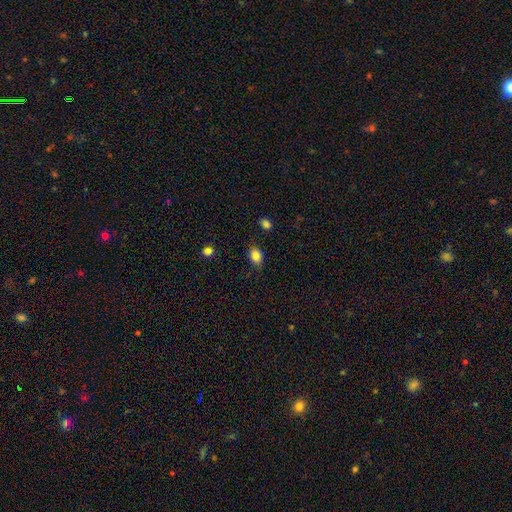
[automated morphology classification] Q: Smooth or featured?
A: smooth (85%); runner-up: star or artifact (10%)
Q: How rounded?
A: in between (71%); runner-up: round (28%)
Q: Merging?
A: none (80%); runner-up: minor disturbance (15%)